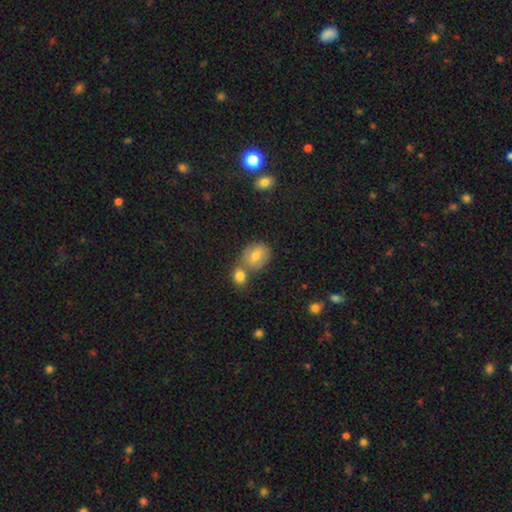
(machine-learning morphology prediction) smooth_or_featured: smooth (p=0.75) [alt: featured or disk p=0.16]
how_rounded: round (p=0.51) [alt: in between p=0.47]
merging: none (p=0.47) [alt: merger p=0.39]